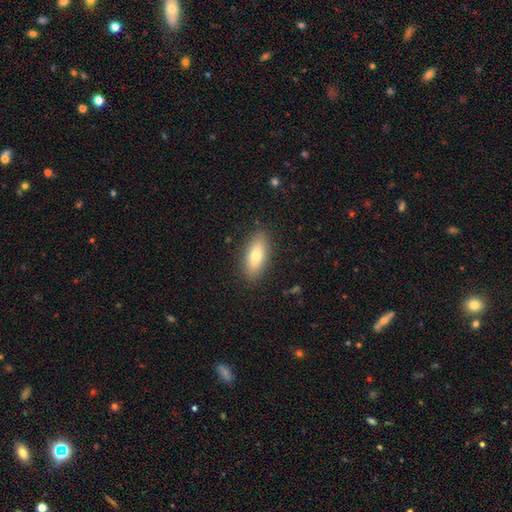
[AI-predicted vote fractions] Q: Smooth or featured?
A: smooth (73%); runner-up: featured or disk (19%)
Q: How rounded?
A: in between (77%); runner-up: cigar-shaped (20%)
Q: Merging?
A: none (88%); runner-up: minor disturbance (9%)